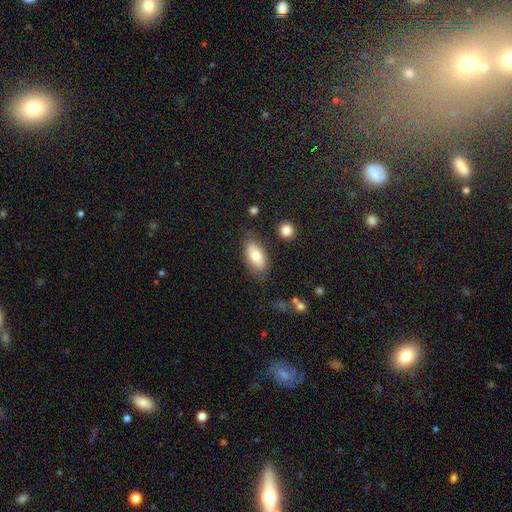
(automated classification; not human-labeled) Smooth or featured? smooth (76%)
How rounded? in between (90%)
Merging? none (78%)